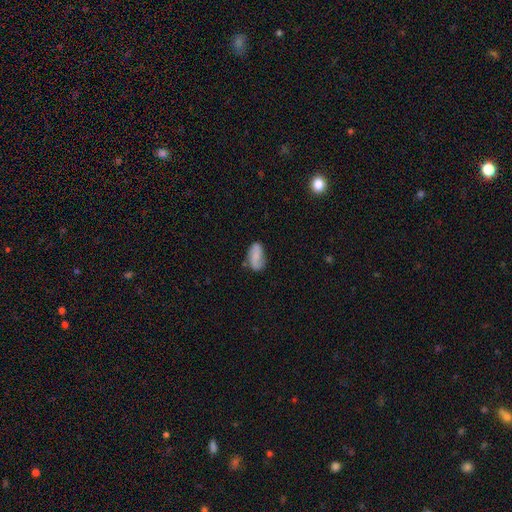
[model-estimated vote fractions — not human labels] Smooth or featured? Predicted: smooth (p=0.59). How rounded? Predicted: in between (p=0.92). Merging? Predicted: none (p=0.60).